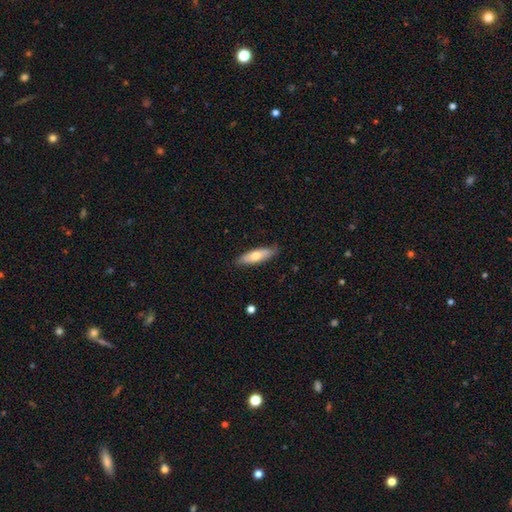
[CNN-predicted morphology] Smooth or featured? Predicted: smooth (p=0.62). How rounded? Predicted: in between (p=0.51). Merging? Predicted: none (p=0.82).